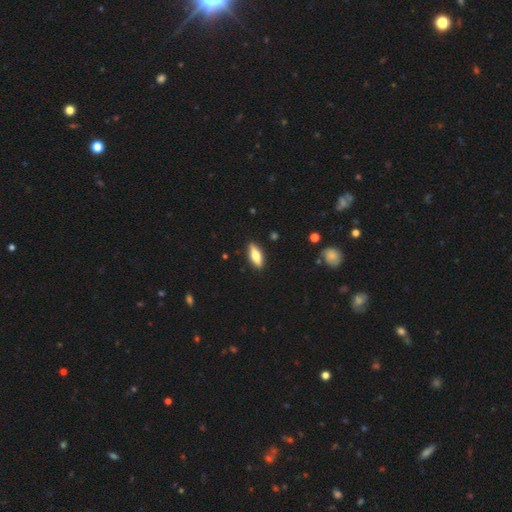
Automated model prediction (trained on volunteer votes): A smooth galaxy with no disk features (66%) that is in between round and cigar-shaped (60%). Merging: none (88%).